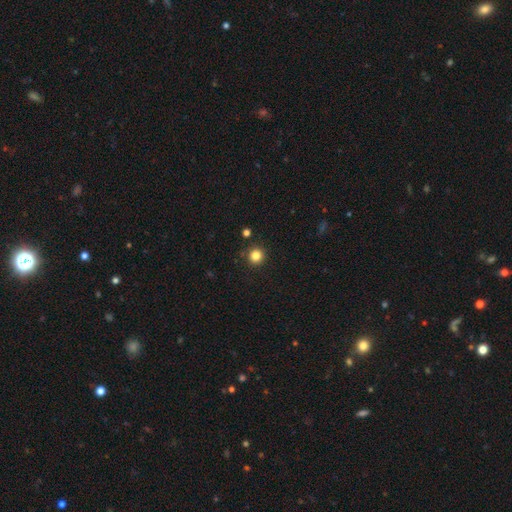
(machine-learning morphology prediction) This appears to be a smooth galaxy with no disk features (84%) that is round (95%). Merging: none (90%).